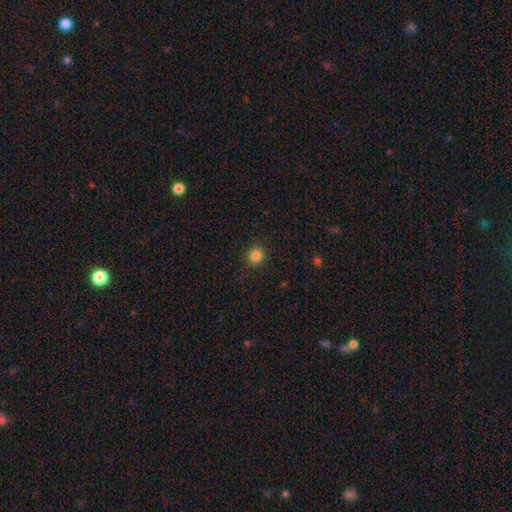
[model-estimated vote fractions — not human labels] The model was most divided on "how rounded": round: 85%, in between: 14%, cigar-shaped: 1%. More confident: merging — none (89%); smooth or featured — smooth (85%).